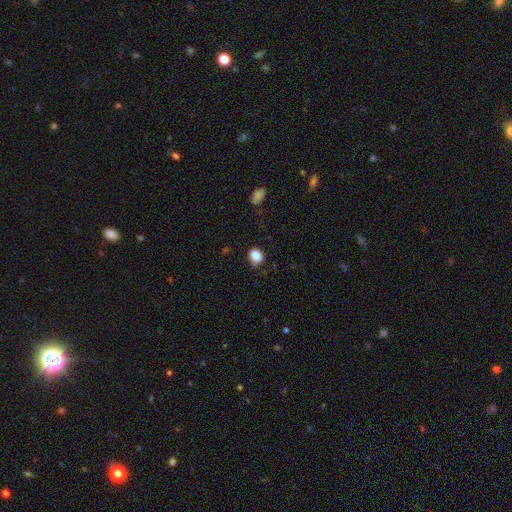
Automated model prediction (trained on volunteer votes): This is clearly a smooth galaxy (88%). How rounded: possibly round (54%). Merging: likely none (78%).